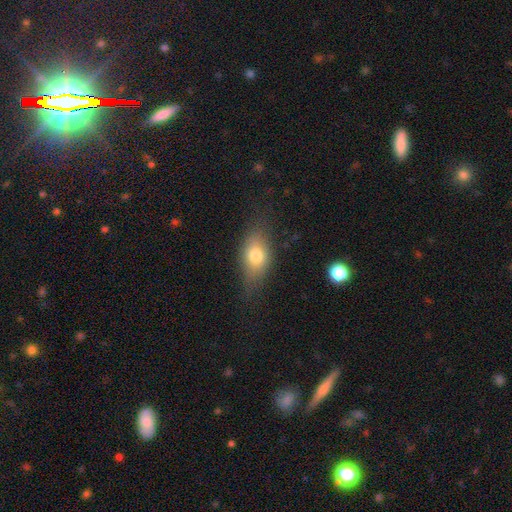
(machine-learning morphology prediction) The model was most divided on "merging": none: 70%, minor disturbance: 21%, major disturbance: 8%, merger: 1%. More confident: how rounded — in between (77%); smooth or featured — smooth (73%).